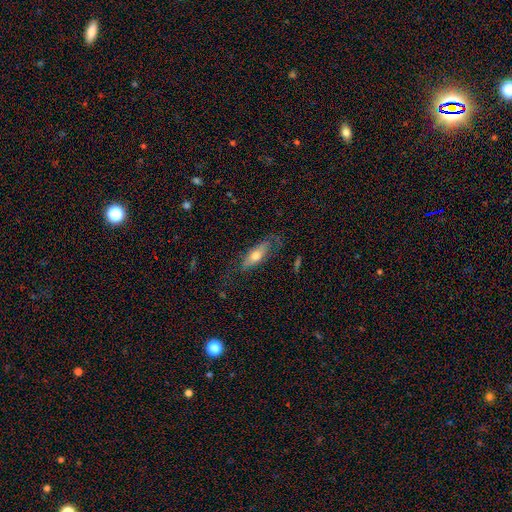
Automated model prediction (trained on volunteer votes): Overall: smooth (59%; featured or disk 35%). How rounded: in between (66%; cigar-shaped 32%). Merging: none (58%; minor disturbance 25%).